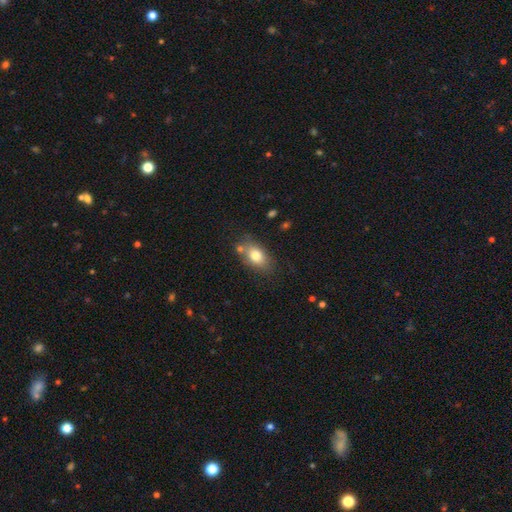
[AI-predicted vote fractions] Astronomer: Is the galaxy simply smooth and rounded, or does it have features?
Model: smooth — 77%.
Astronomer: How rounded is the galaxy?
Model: in between — 85%.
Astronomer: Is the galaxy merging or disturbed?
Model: none — 72%.